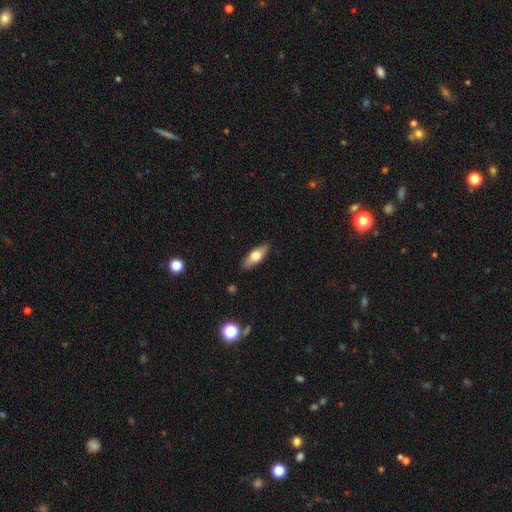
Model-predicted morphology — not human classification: Overall: smooth (64%; featured or disk 29%). How rounded: in between (69%). Merging: none (88%).